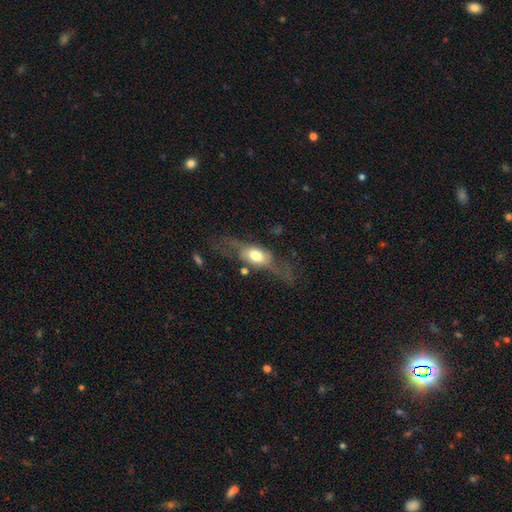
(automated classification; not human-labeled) Morphology: type=featured or disk (54%); edge-on=no (50%, tied with yes); merging=none (47%).